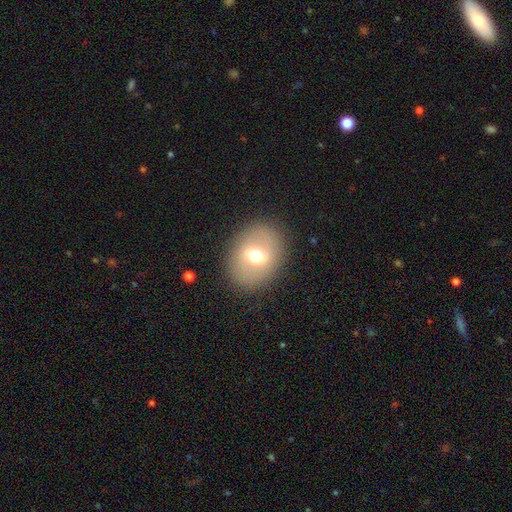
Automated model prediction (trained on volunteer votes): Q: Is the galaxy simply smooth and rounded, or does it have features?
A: smooth — 59%.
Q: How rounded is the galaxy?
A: in between — 50%.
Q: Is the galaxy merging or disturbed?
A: none — 87%.